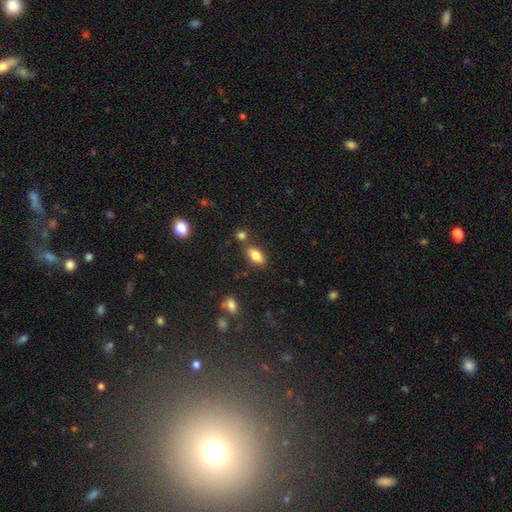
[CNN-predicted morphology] smooth_or_featured: smooth (p=0.82) [alt: featured or disk p=0.10]
how_rounded: in between (p=0.89) [alt: round p=0.06]
merging: none (p=0.74) [alt: minor disturbance p=0.12]